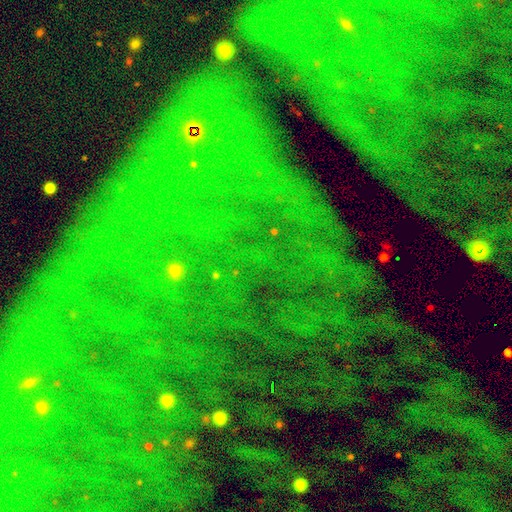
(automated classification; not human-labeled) smooth_or_featured: star or artifact (p=0.84) [alt: featured or disk p=0.08]